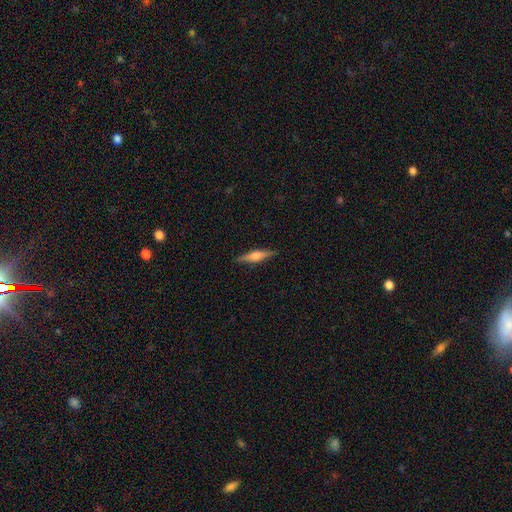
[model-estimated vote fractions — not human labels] smooth_or_featured: featured or disk (p=0.56) [alt: smooth p=0.38]
disk_edge_on: yes (p=0.96) [alt: no p=0.04]
edge_on_bulge: rounded (p=0.78) [alt: boxy p=0.17]
merging: none (p=0.89) [alt: minor disturbance p=0.08]